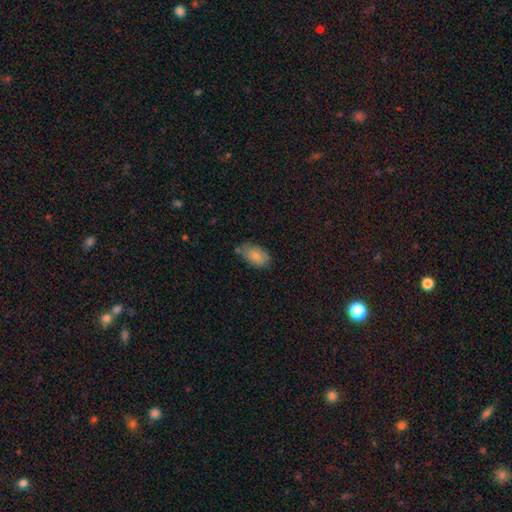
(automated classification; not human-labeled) Morphology: type=smooth (83%); roundness=in between (92%); merging=none (62%).